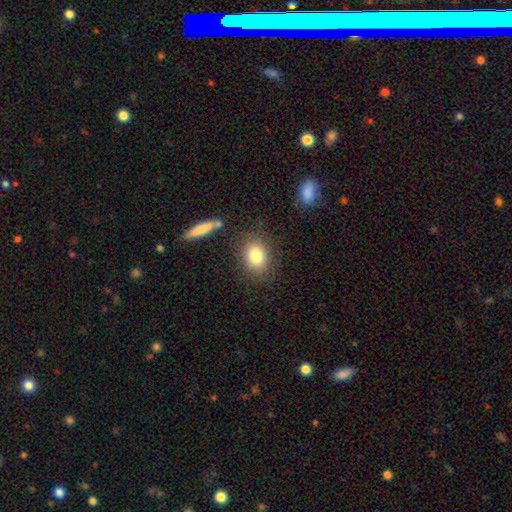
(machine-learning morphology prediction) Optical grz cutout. It shows a smooth galaxy with no disk features (82%) that is in between round and cigar-shaped (66%). Merging: none (81%).